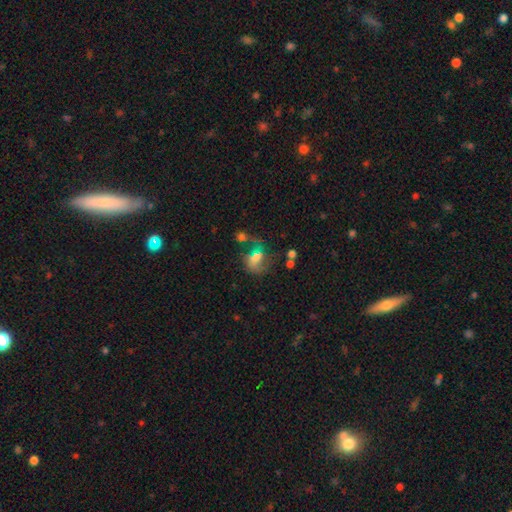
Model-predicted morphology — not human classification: smooth 47%, featured or disk 39%, star or artifact 14%. Down the decision tree: merging — none (33%).